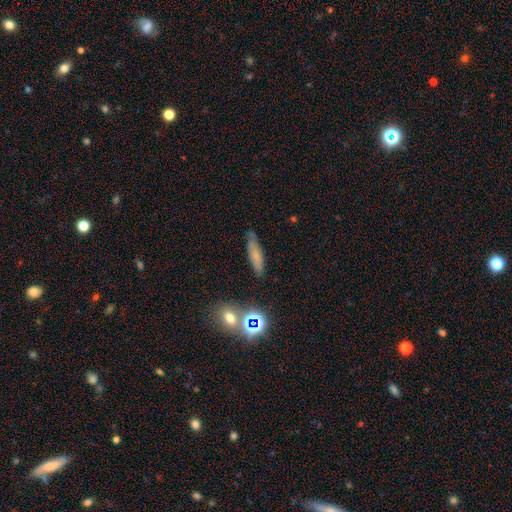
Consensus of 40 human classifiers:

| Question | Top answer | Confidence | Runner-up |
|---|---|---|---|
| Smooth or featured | smooth | 62% | featured or disk (32%) |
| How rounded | cigar-shaped | 84% | round (8%) |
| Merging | none | 71% | minor disturbance (21%) |